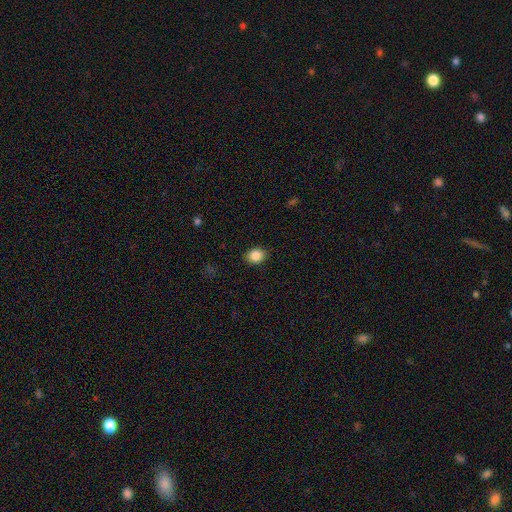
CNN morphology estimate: Overall: smooth (87%). How rounded: round (53%; in between 46%). Merging: none (88%).